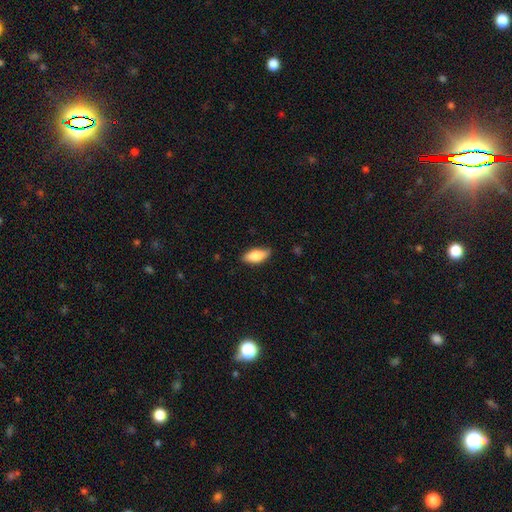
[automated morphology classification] Smooth or featured? Predicted: smooth (p=0.81). How rounded? Predicted: in between (p=0.83). Merging? Predicted: none (p=0.80).